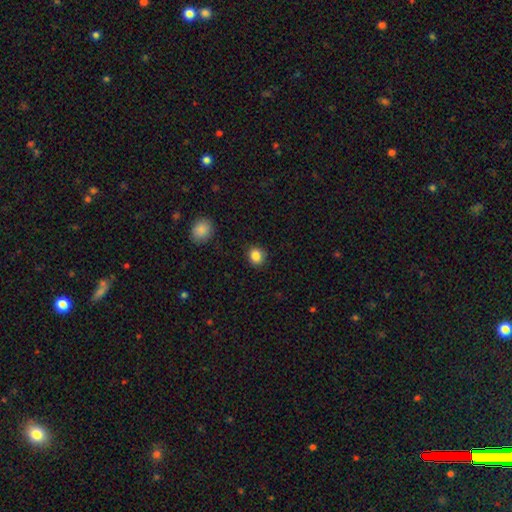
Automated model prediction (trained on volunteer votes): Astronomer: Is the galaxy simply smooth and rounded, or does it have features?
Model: smooth — 86%.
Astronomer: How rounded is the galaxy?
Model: round — 80%.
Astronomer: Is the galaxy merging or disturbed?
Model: none — 88%.